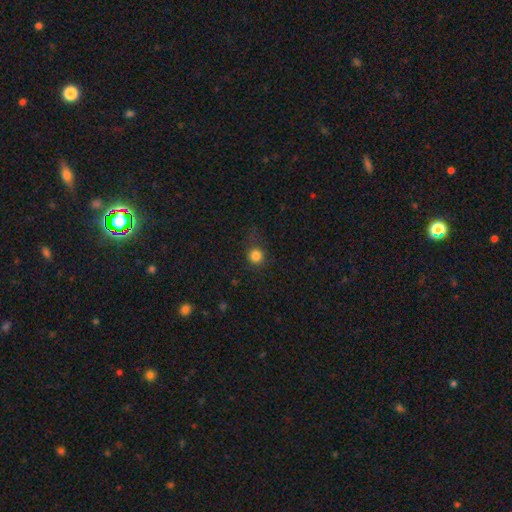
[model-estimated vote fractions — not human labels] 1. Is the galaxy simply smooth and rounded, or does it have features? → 82% smooth, 13% star or artifact, 5% featured or disk.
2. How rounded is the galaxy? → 91% round, 8% in between, 1% cigar-shaped.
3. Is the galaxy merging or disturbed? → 76% none, 16% minor disturbance, 7% major disturbance, 2% merger.